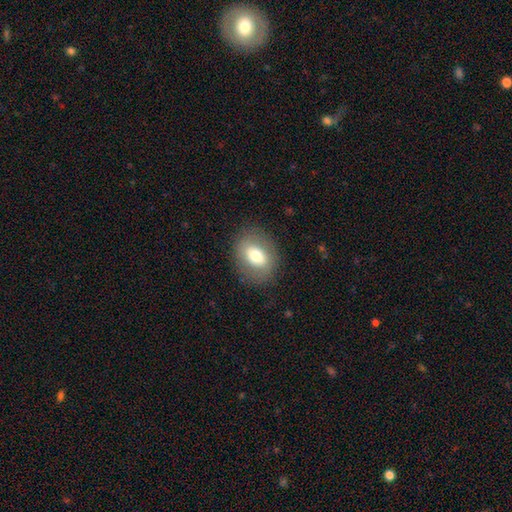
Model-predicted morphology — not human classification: Smooth or featured? Predicted: smooth (p=0.70). How rounded? Predicted: in between (p=0.65). Merging? Predicted: none (p=0.82).